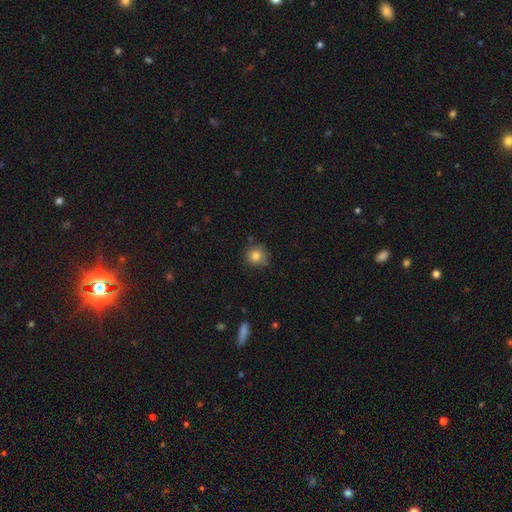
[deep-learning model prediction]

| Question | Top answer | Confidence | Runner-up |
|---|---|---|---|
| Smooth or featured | smooth | 82% | star or artifact (11%) |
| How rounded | round | 91% | in between (8%) |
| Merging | none | 76% | minor disturbance (18%) |